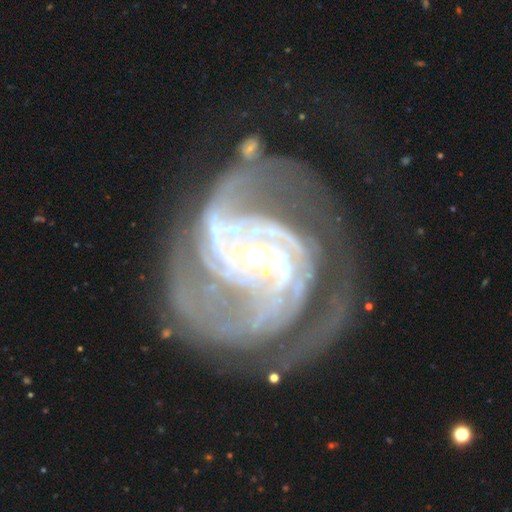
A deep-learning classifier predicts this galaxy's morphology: A featured or disk galaxy (91%) with no bar (58%), 2 (30%) tight (51%) spiral arms (98%) and a small central bulge (49%). Merging: none (53%).